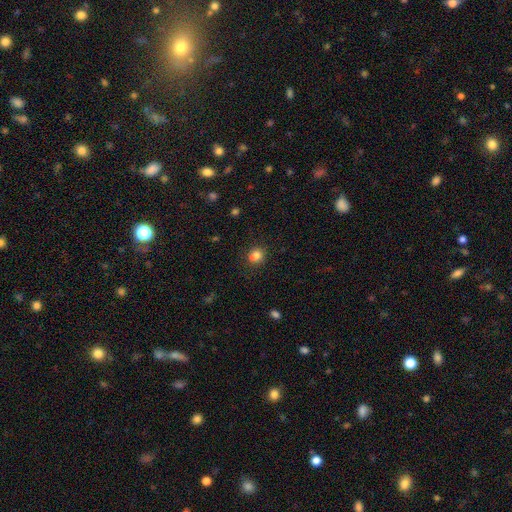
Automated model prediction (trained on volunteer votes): Morphology: type=smooth (82%); roundness=round (66%); merging=none (75%).